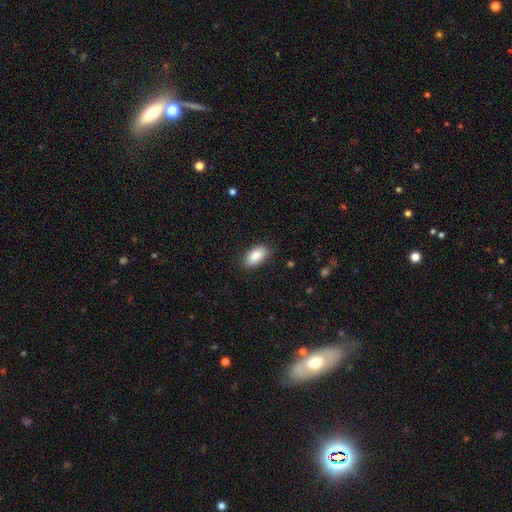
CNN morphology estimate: A smooth galaxy with no disk features (88%) that is in between round and cigar-shaped (93%). Merging: none (87%).